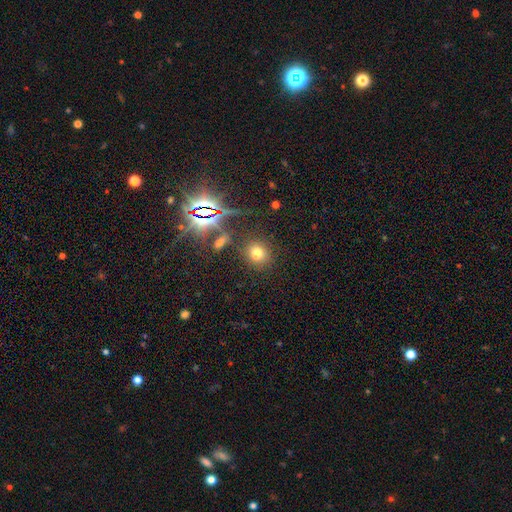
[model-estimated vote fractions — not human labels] smooth 68%, star or artifact 23%, featured or disk 9%. Down the decision tree: how rounded — round (78%); merging — none (81%).